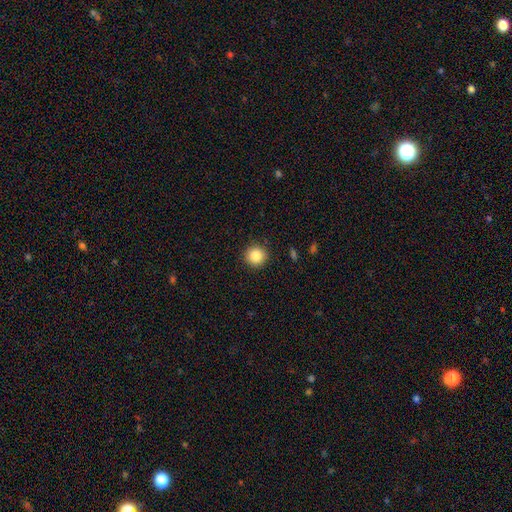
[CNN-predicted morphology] The model was most divided on "smooth or featured": smooth: 86%, star or artifact: 10%, featured or disk: 5%. More confident: how rounded — round (94%); merging — none (92%).